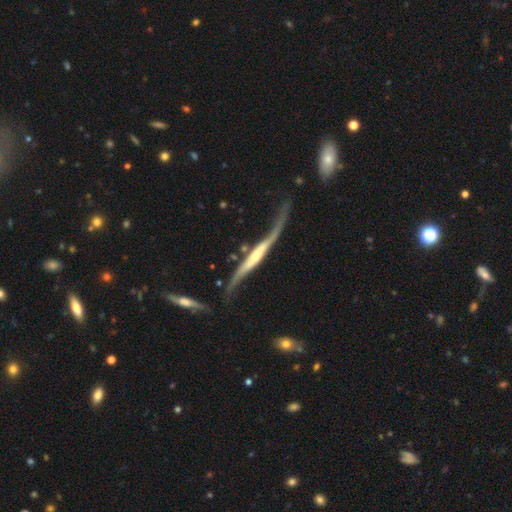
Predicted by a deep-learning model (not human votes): Smooth or featured? Predicted: featured or disk (p=0.80). Edge-on disk? Predicted: yes (p=0.77). Edge-on bulge? Predicted: rounded (p=0.65). Merging? Predicted: none (p=0.42).